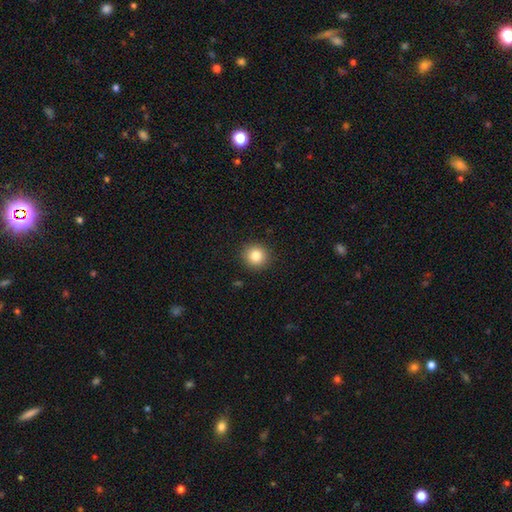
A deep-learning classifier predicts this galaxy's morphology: The model was most divided on "smooth or featured": smooth: 83%, star or artifact: 10%, featured or disk: 6%. More confident: how rounded — round (92%); merging — none (92%).